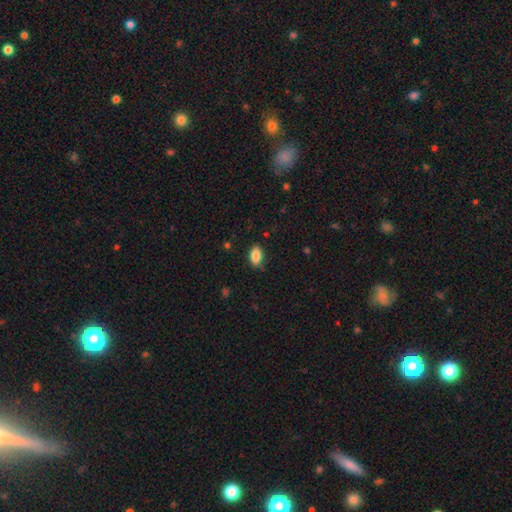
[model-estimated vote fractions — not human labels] smooth_or_featured: smooth (p=0.85) [alt: star or artifact p=0.08]
how_rounded: in between (p=0.90) [alt: round p=0.07]
merging: none (p=0.81) [alt: minor disturbance p=0.15]